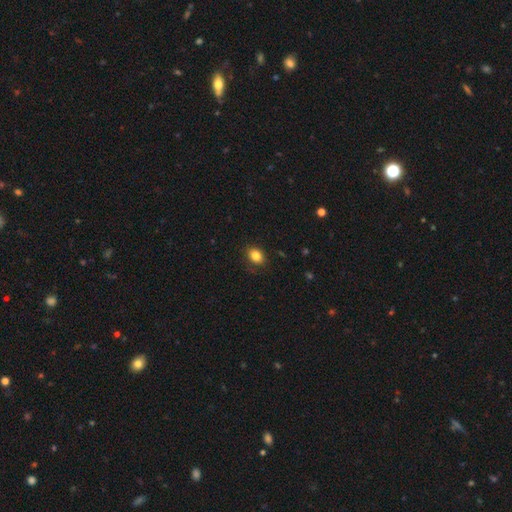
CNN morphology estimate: type=smooth (84%); roundness=in between (65%); merging=none (83%).